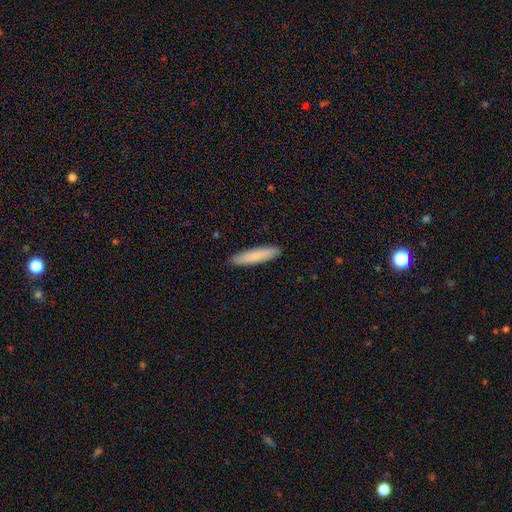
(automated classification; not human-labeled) Smooth or featured? smooth (82%)
How rounded? cigar-shaped (83%)
Merging? none (90%)